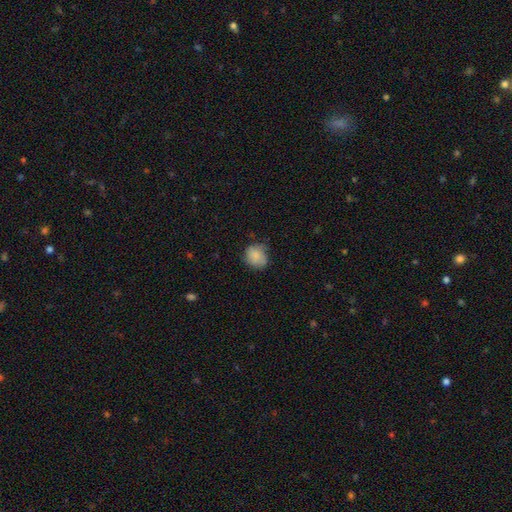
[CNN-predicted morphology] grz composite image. It shows a smooth galaxy with no disk features (83%) that is round (77%). Merging: none (64%).